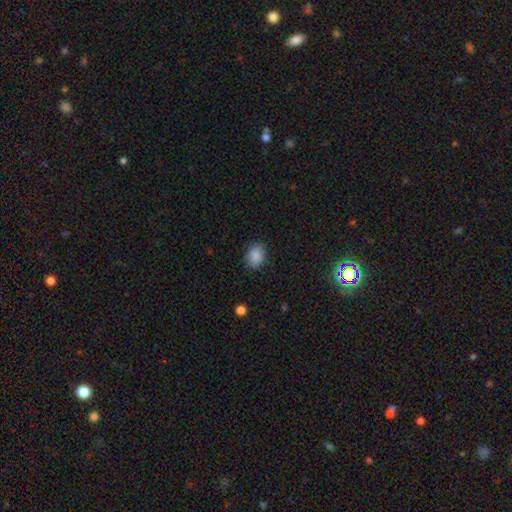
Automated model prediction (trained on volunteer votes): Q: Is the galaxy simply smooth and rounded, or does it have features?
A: smooth — 87%.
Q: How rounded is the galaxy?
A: round — 52%.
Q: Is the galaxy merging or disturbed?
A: none — 85%.